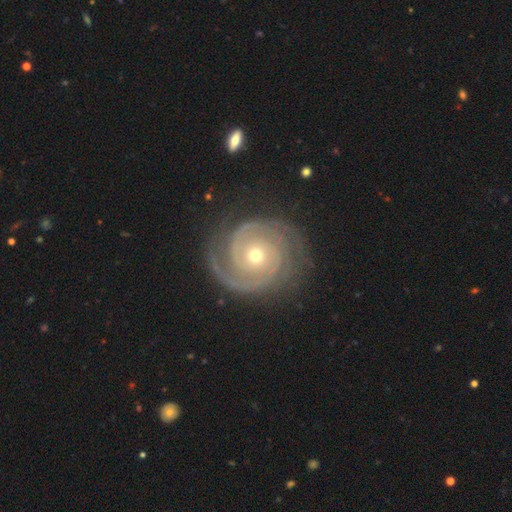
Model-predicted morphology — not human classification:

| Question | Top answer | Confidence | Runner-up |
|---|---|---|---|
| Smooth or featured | featured or disk | 91% | star or artifact (5%) |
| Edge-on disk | no | 98% | yes (2%) |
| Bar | no | 78% | weak (16%) |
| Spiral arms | yes | 98% | no (2%) |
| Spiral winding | tight | 76% | medium (21%) |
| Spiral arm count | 2 | 60% | 3 (16%) |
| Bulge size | small | 49% | moderate (47%) |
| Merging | none | 79% | minor disturbance (14%) |